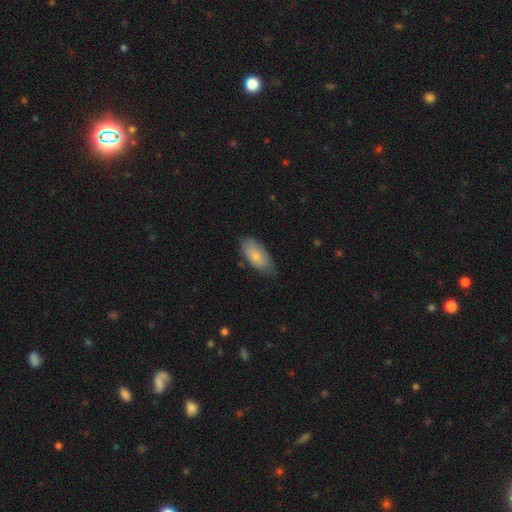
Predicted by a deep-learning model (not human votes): Smooth or featured? Predicted: smooth (p=0.77). How rounded? Predicted: in between (p=0.90). Merging? Predicted: none (p=0.73).